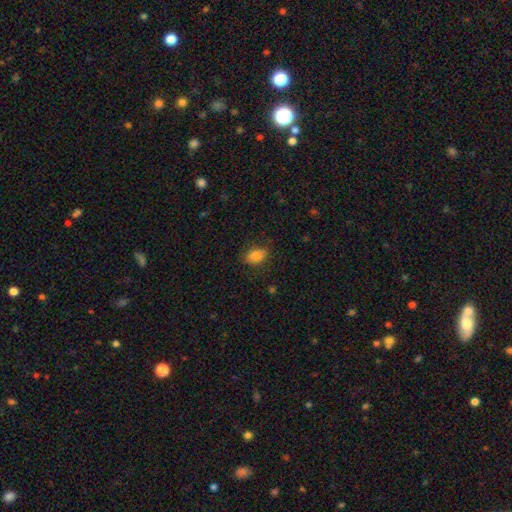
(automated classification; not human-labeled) smooth 83%, star or artifact 9%, featured or disk 8%. Down the decision tree: how rounded — in between (83%); merging — none (84%).